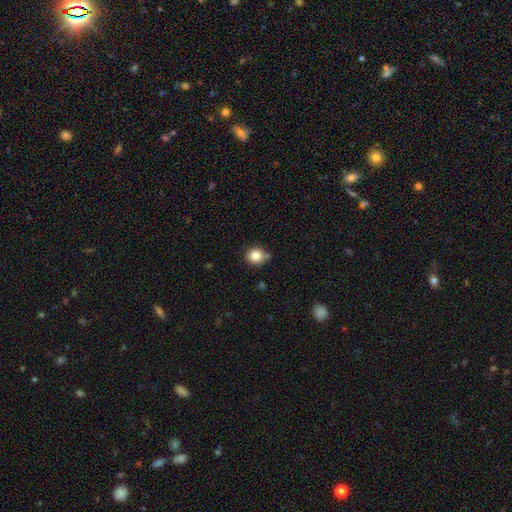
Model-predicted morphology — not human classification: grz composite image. It shows a smooth galaxy with no disk features (84%) that is round (87%). Merging: none (77%).